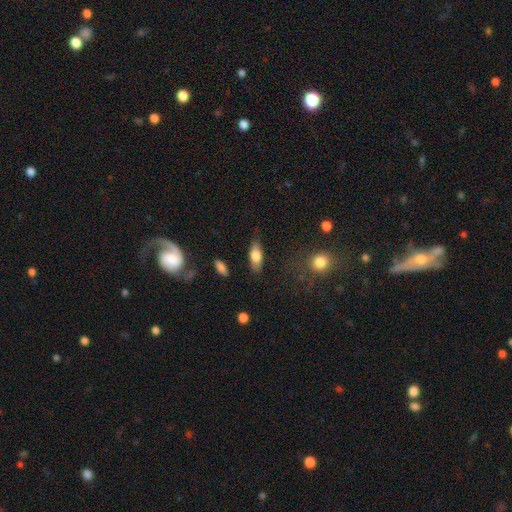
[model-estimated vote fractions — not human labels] Morphology: type=smooth (75%); roundness=in between (75%); merging=none (78%).